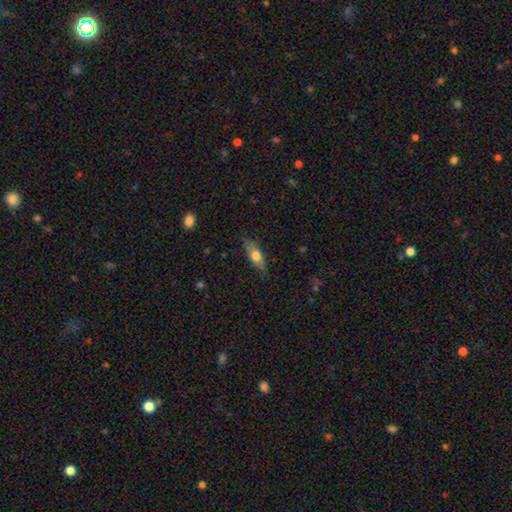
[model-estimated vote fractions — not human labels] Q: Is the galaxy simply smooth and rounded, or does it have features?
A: smooth — 64%.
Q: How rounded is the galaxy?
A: in between — 60%.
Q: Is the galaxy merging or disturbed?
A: none — 79%.